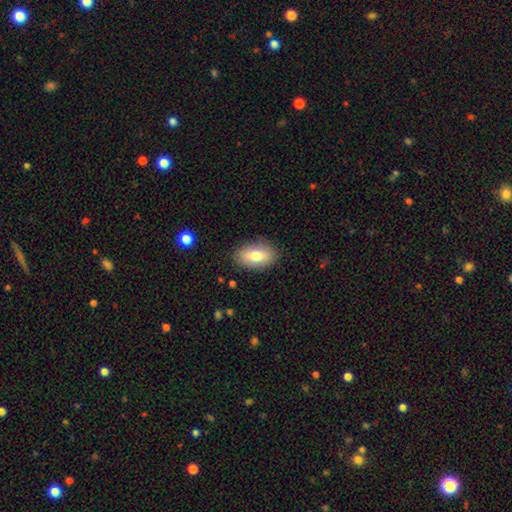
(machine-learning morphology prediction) Smooth or featured? smooth (73%)
How rounded? in between (90%)
Merging? none (85%)